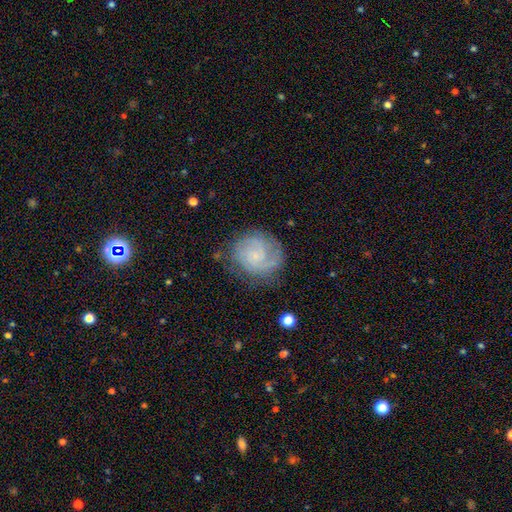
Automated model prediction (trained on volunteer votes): featured or disk 70%, smooth 22%, star or artifact 7%. Down the decision tree: edge-on disk — no (98%); bar — no (69%); spiral arms — yes (93%); spiral arm count — 2 (36%); spiral winding — tight (53%); bulge size — small (69%); merging — none (71%).